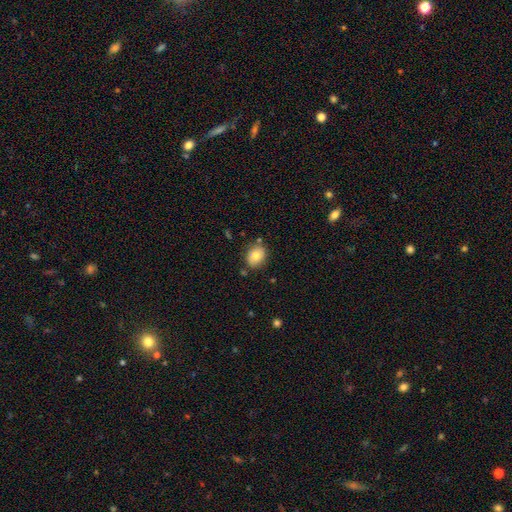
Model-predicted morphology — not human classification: This is likely a smooth galaxy (77%). How rounded: possibly round (54%). Merging: clearly none (80%).